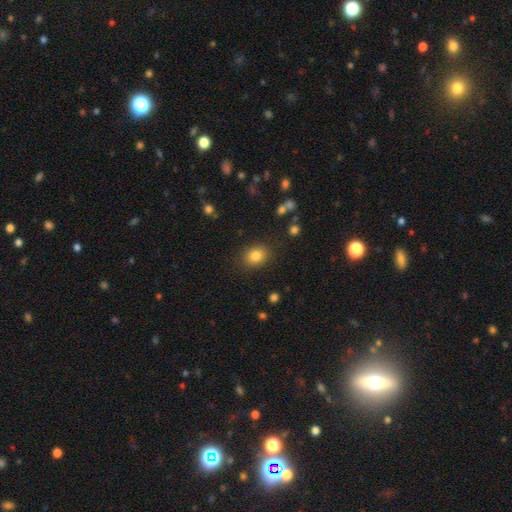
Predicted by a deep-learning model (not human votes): smooth_or_featured: smooth (p=0.83) [alt: star or artifact p=0.11]
how_rounded: in between (p=0.51) [alt: round p=0.48]
merging: none (p=0.86) [alt: minor disturbance p=0.10]